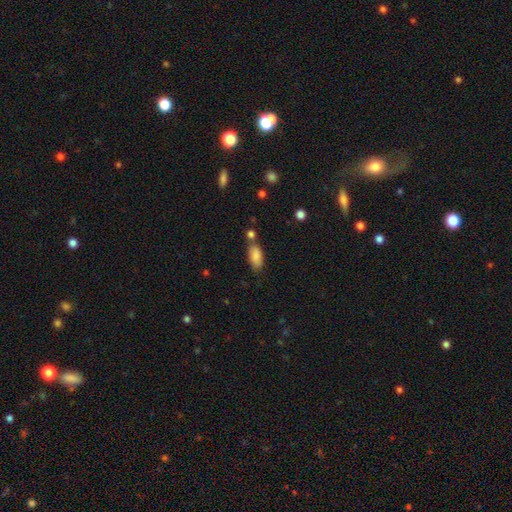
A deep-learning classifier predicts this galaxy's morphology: Smooth or featured: smooth — 85% (featured or disk — 7%)
How rounded: in between — 88% (cigar-shaped — 9%)
Merging: none — 62% (merger — 17%)